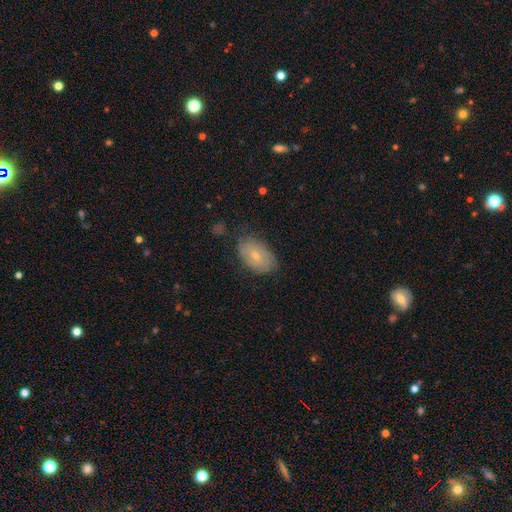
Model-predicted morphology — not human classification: smooth 66%, featured or disk 26%, star or artifact 8%. Down the decision tree: how rounded — in between (90%); merging — none (72%).